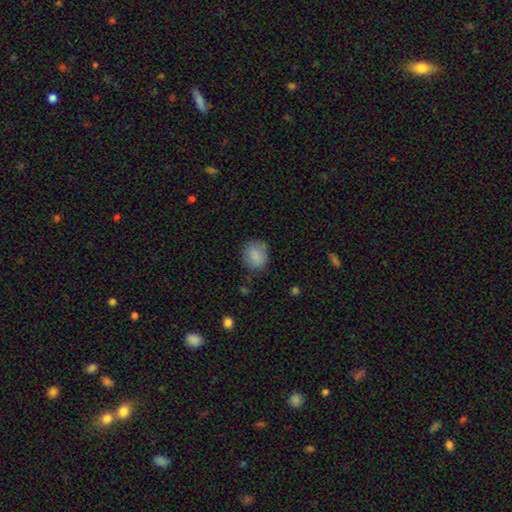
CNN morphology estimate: This appears to be a smooth galaxy with no disk features (84%) that is round (61%). Merging: none (73%).